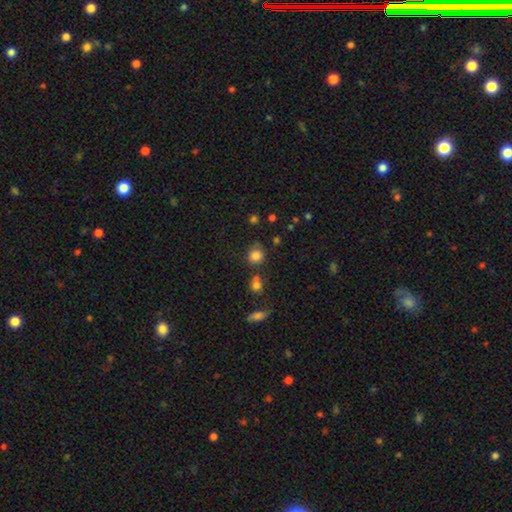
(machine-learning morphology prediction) This is clearly a smooth galaxy (82%). How rounded: clearly round (82%). Merging: likely none (68%).